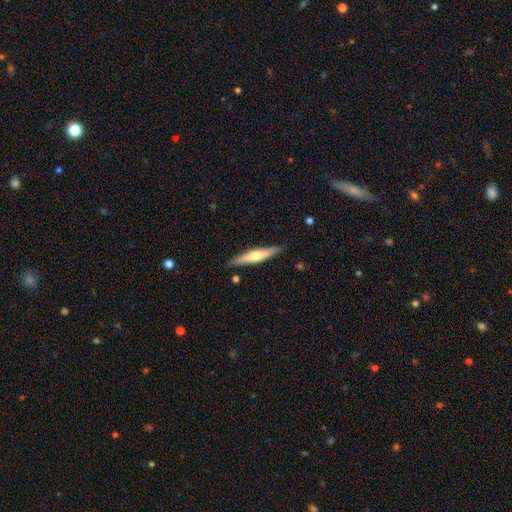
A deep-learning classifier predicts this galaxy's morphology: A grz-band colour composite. It shows a featured or disk galaxy (53%) viewed edge-on (95%). Merging: none (88%).